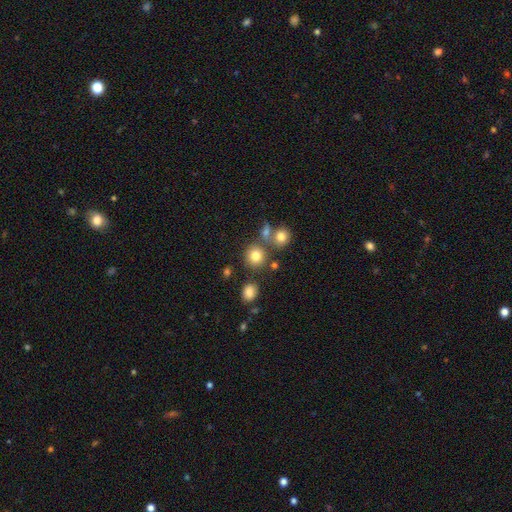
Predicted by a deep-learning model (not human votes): This appears to be a smooth galaxy with no disk features (79%) that is round (87%). Merging: none (72%).